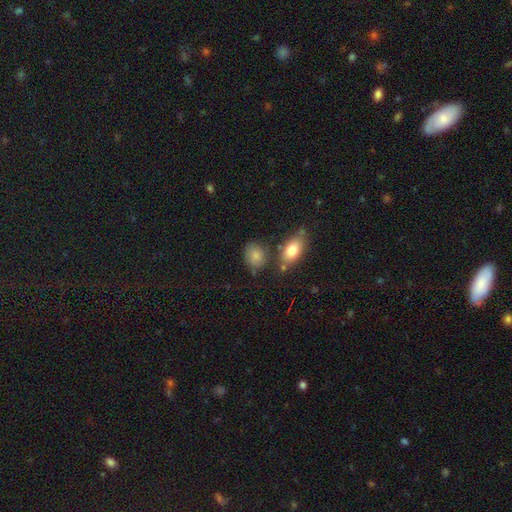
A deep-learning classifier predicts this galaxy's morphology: smooth 82%, star or artifact 9%, featured or disk 9%. Down the decision tree: how rounded — in between (54%); merging — none (69%).